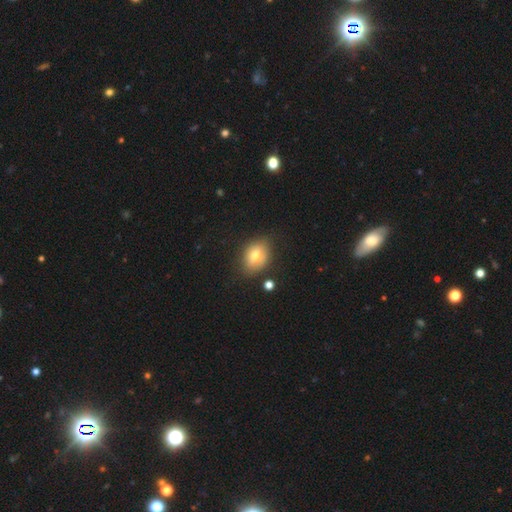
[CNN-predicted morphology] Overall: smooth (69%). How rounded: in between (70%). Merging: none (71%).